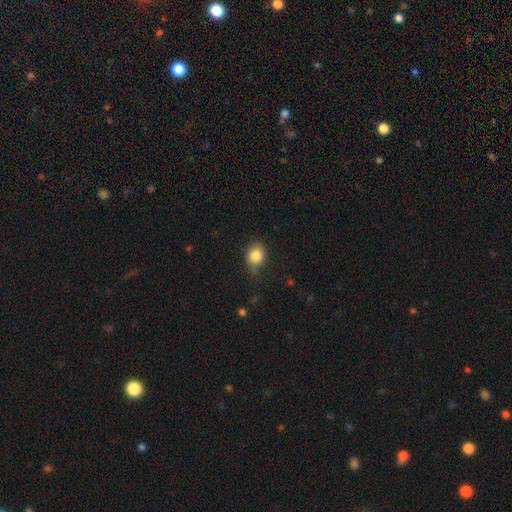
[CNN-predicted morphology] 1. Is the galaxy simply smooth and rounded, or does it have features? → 84% smooth, 9% star or artifact, 7% featured or disk.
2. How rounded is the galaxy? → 53% round, 46% in between, 1% cigar-shaped.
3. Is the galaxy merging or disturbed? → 71% none, 23% minor disturbance, 5% major disturbance, 1% merger.